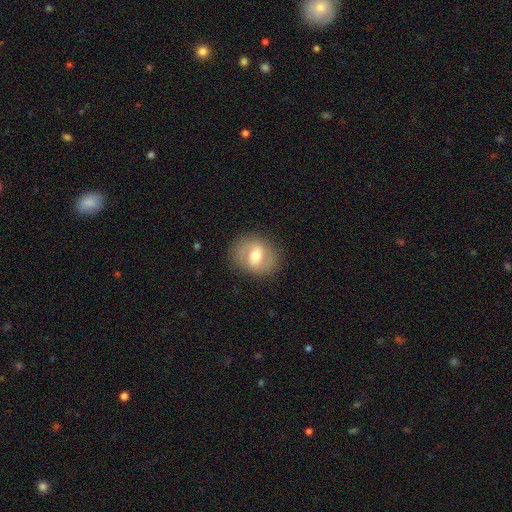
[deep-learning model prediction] Overall: featured or disk (56%; smooth 37%). Edge-on disk: no (95%). Bar: weak (51%; strong 28%). Spiral arms: yes (67%; no 33%). Bulge size: moderate (70%). Merging: none (83%).